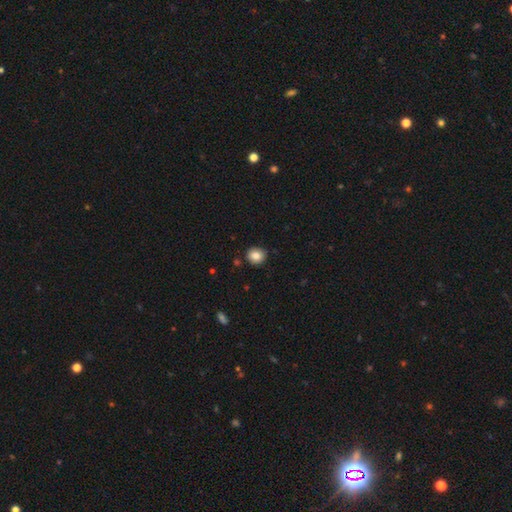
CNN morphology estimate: Smooth or featured? smooth (84%)
How rounded? round (81%)
Merging? none (85%)